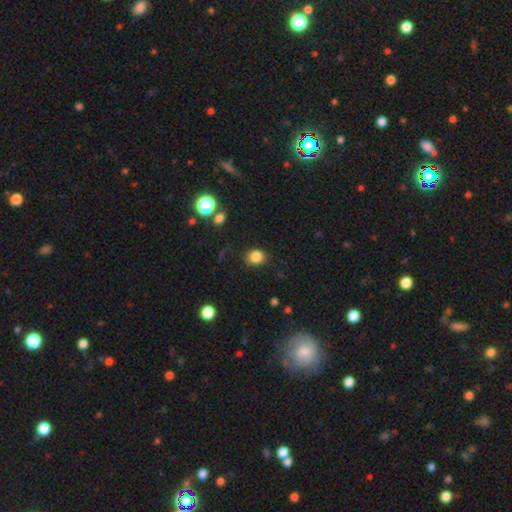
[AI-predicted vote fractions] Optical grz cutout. It shows a smooth galaxy with no disk features (84%) that is round (75%). Merging: none (85%).